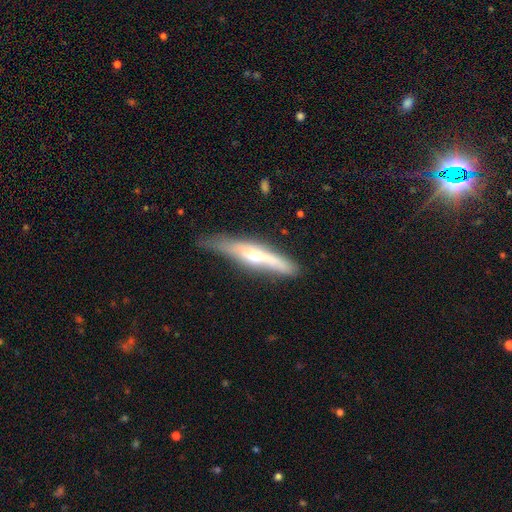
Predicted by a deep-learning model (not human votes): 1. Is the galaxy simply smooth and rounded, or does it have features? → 51% featured or disk, 43% smooth, 6% star or artifact.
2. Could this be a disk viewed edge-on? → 85% yes, 15% no.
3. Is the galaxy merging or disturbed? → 53% none, 32% minor disturbance, 11% major disturbance, 4% merger.